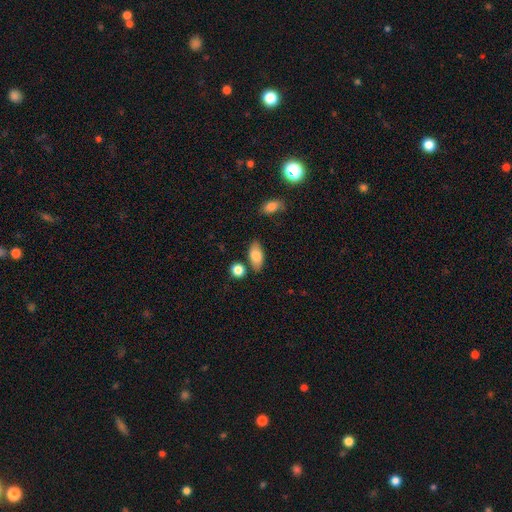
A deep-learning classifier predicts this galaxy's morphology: Smooth or featured?
  - smooth: 82% *
  - featured or disk: 12%
  - star or artifact: 7%
How rounded?
  - in between: 90% *
  - cigar-shaped: 6%
  - round: 4%
Merging?
  - none: 78% *
  - minor disturbance: 13%
  - merger: 7%
  - major disturbance: 3%